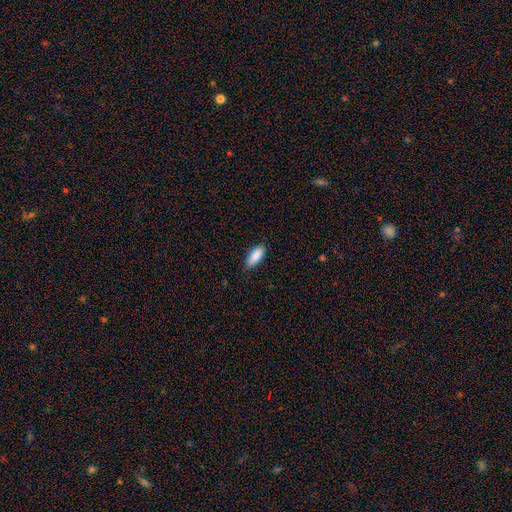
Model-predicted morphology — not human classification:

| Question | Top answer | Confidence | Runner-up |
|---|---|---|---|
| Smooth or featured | smooth | 88% | featured or disk (6%) |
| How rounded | in between | 79% | cigar-shaped (19%) |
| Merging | none | 85% | minor disturbance (12%) |